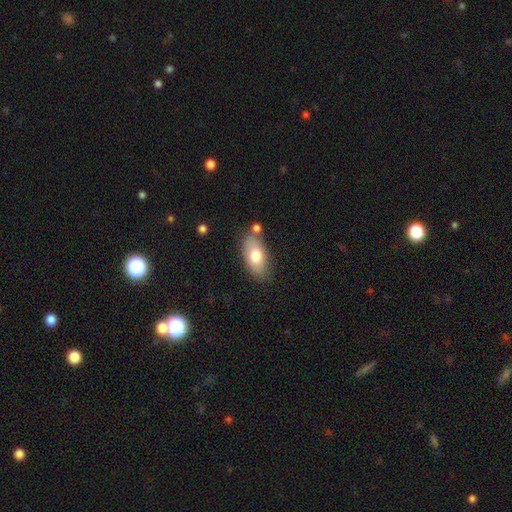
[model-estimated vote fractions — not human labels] smooth 75%, featured or disk 18%, star or artifact 7%. Down the decision tree: how rounded — in between (90%); merging — none (70%).